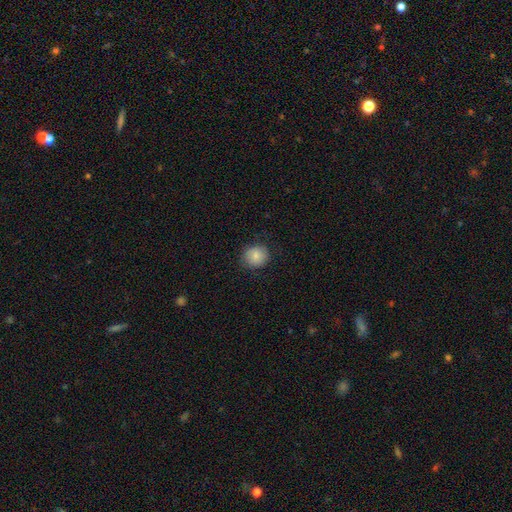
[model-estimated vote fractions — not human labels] A smooth galaxy with no disk features (84%) that is round (81%).

Vote fractions:
- Smooth or featured? smooth: 84% / star or artifact: 8% / featured or disk: 8%
- How rounded? round: 81% / in between: 18% / cigar-shaped: 1%
- Merging? none: 84% / minor disturbance: 12% / major disturbance: 3% / merger: 1%